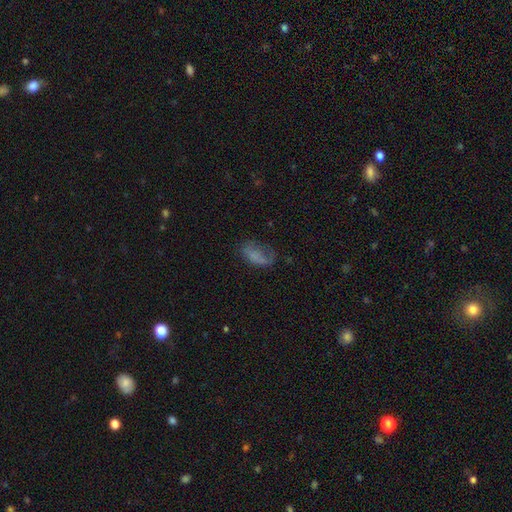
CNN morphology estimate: Smooth or featured?
  - smooth: 60% *
  - featured or disk: 27%
  - star or artifact: 13%
How rounded?
  - in between: 90% *
  - round: 6%
  - cigar-shaped: 3%
Merging?
  - none: 40% *
  - major disturbance: 30%
  - minor disturbance: 26%
  - merger: 3%